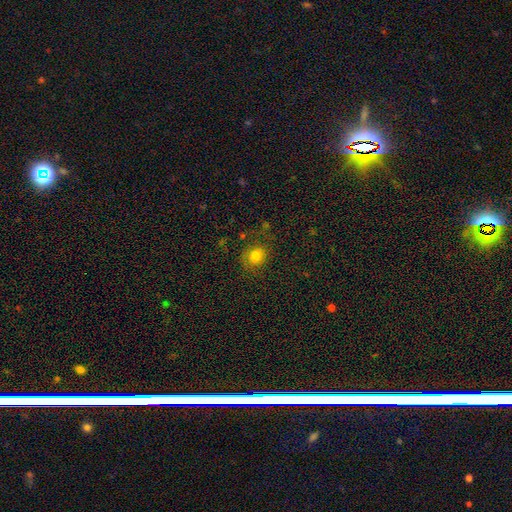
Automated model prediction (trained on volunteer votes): This appears to be a smooth galaxy with no disk features (75%) that is round (74%). Merging: none (74%).